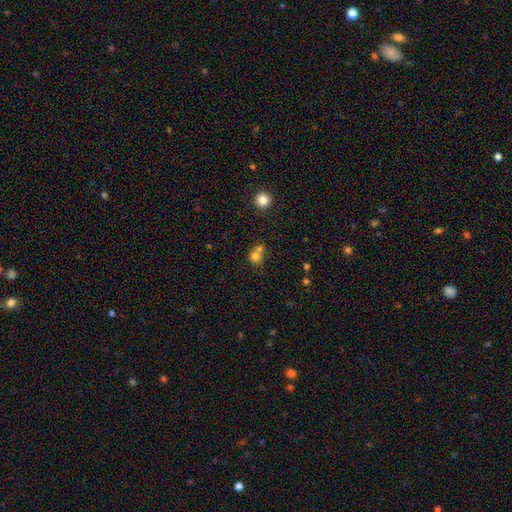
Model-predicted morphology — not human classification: type=smooth (76%); roundness=round (81%); merging=merger (46%).